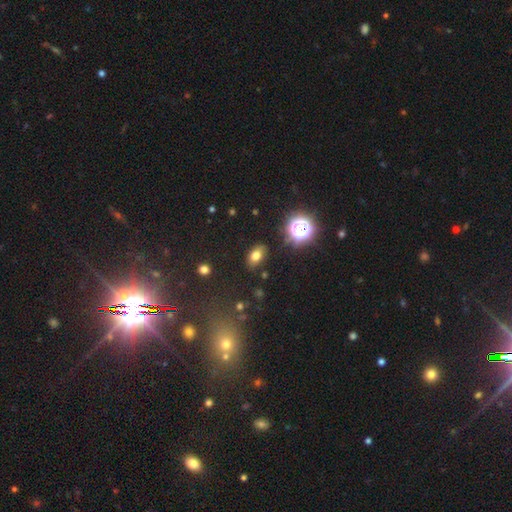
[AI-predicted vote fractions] This appears to be a smooth galaxy with no disk features (73%) that is in between round and cigar-shaped (83%). Merging: none (83%).